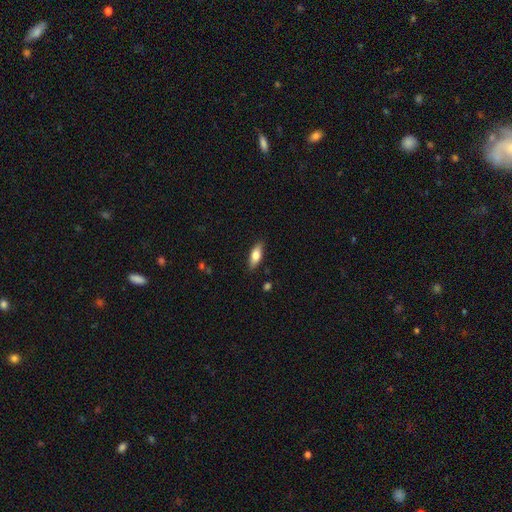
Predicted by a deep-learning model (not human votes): smooth 74%, featured or disk 20%, star or artifact 6%. Down the decision tree: how rounded — in between (70%); merging — none (85%).